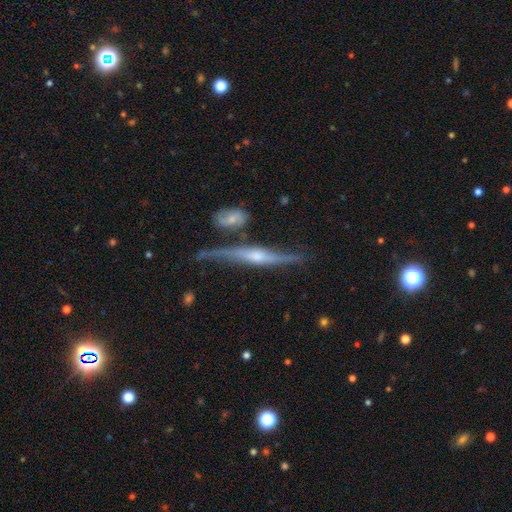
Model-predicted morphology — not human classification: This appears to be a featured or disk galaxy (83%) viewed edge-on (94%) with a rounded central bulge (80%). Merging: none (70%).